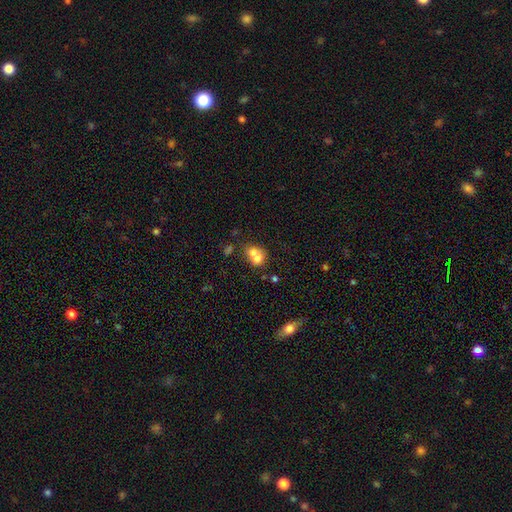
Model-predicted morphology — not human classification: A smooth galaxy with no disk features (68%) that is round (62%).

Vote fractions:
- Smooth or featured? smooth: 68% / featured or disk: 22% / star or artifact: 11%
- How rounded? round: 62% / in between: 37% / cigar-shaped: 1%
- Merging? merger: 67% / none: 23% / minor disturbance: 6% / major disturbance: 3%